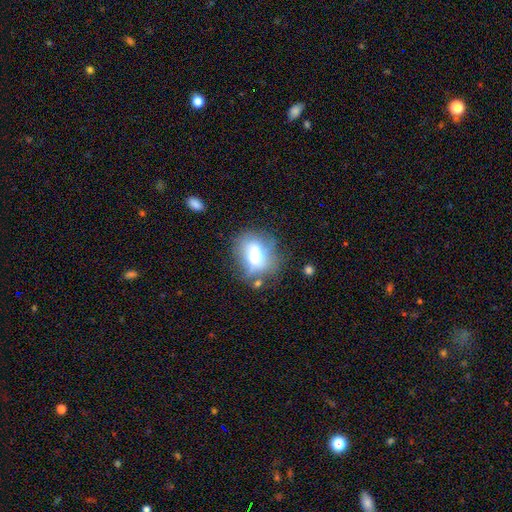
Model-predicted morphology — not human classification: smooth 56%, featured or disk 32%, star or artifact 12%. Down the decision tree: how rounded — in between (51%); merging — none (54%).